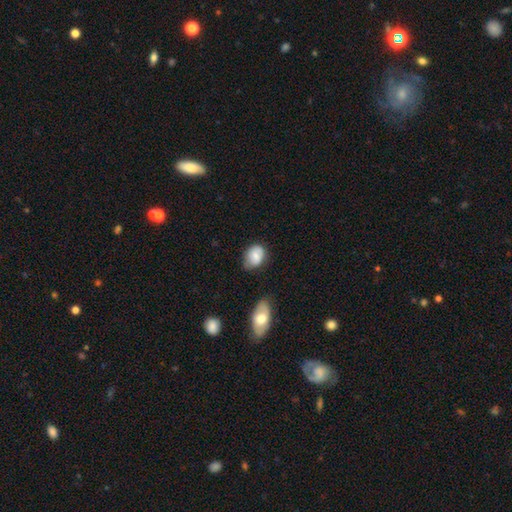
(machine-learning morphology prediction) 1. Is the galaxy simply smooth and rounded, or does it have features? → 78% smooth, 15% featured or disk, 7% star or artifact.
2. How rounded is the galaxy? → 74% in between, 25% round, 1% cigar-shaped.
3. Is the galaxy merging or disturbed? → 59% none, 31% minor disturbance, 7% major disturbance, 4% merger.